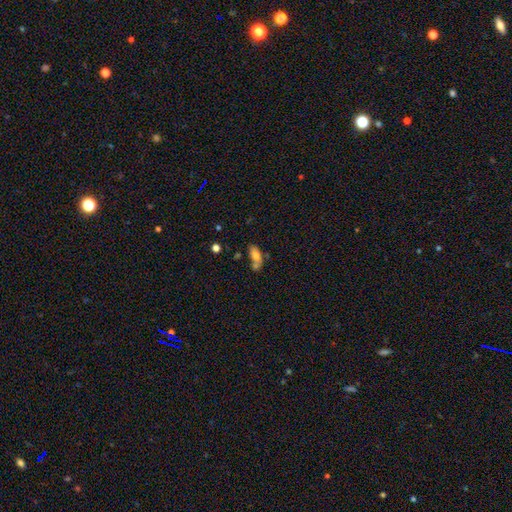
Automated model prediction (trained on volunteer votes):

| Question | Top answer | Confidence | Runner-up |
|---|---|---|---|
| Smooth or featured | smooth | 73% | featured or disk (18%) |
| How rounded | in between | 83% | cigar-shaped (12%) |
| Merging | merger | 38% | none (37%) |